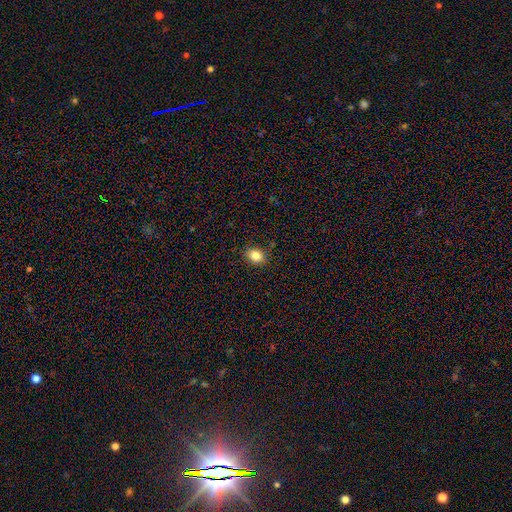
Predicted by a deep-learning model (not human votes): Smooth or featured? smooth (83%)
How rounded? in between (59%)
Merging? none (88%)